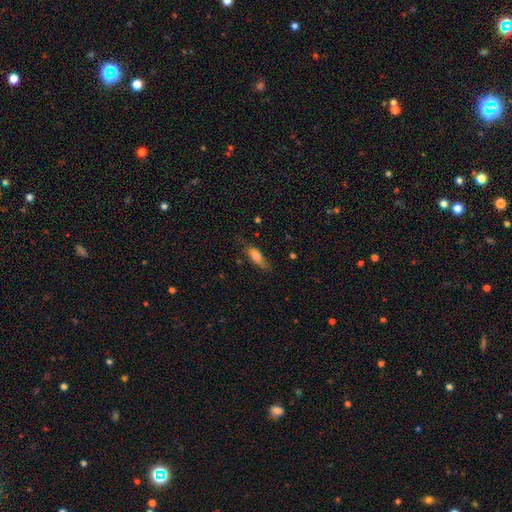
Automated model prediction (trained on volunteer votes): Smooth or featured? Predicted: smooth (p=0.69). How rounded? Predicted: in between (p=0.57). Merging? Predicted: none (p=0.69).